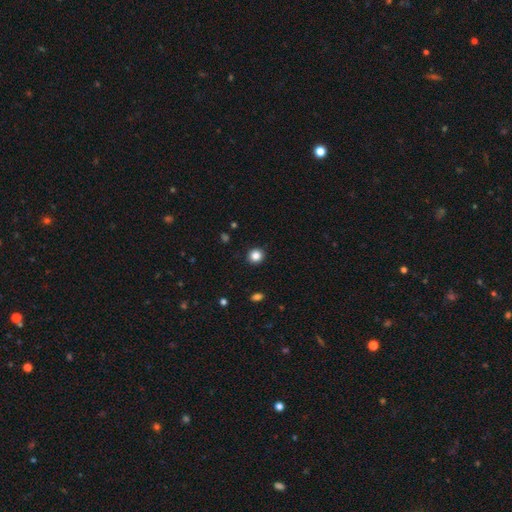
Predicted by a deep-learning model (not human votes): Smooth or featured? Predicted: smooth (p=0.85). How rounded? Predicted: round (p=0.91). Merging? Predicted: none (p=0.92).